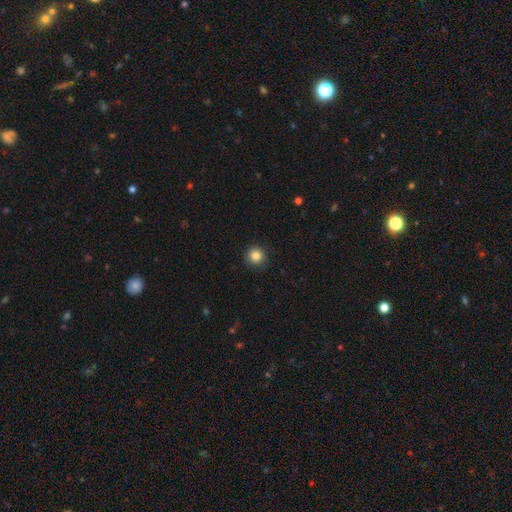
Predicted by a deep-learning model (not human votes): smooth_or_featured: smooth (p=0.85) [alt: star or artifact p=0.11]
how_rounded: round (p=0.95) [alt: in between p=0.04]
merging: none (p=0.91) [alt: minor disturbance p=0.06]